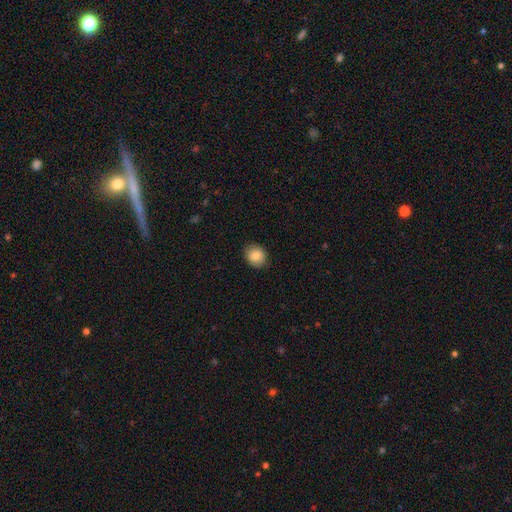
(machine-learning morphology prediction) smooth-or-featured: smooth: 83% | star or artifact: 9% | featured or disk: 8%
  how-rounded: round: 74% | in between: 25% | cigar-shaped: 1%
  merging: none: 87% | minor disturbance: 10% | major disturbance: 2% | merger: 1%